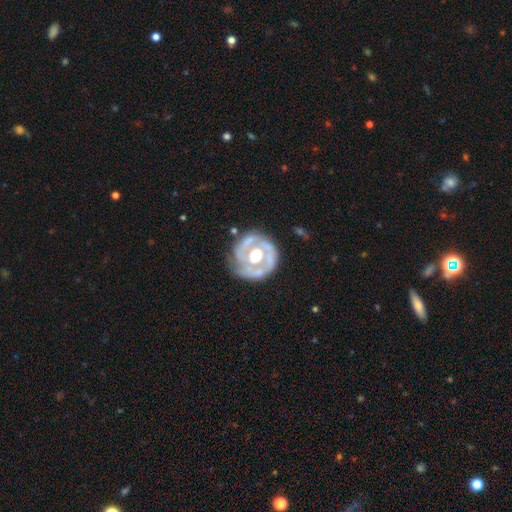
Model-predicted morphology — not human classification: Overall: featured or disk (77%). Edge-on disk: no (97%). Bar: no (71%). Spiral arms: yes (62%; no 38%). Bulge size: moderate (61%; large 33%). Merging: none (68%).